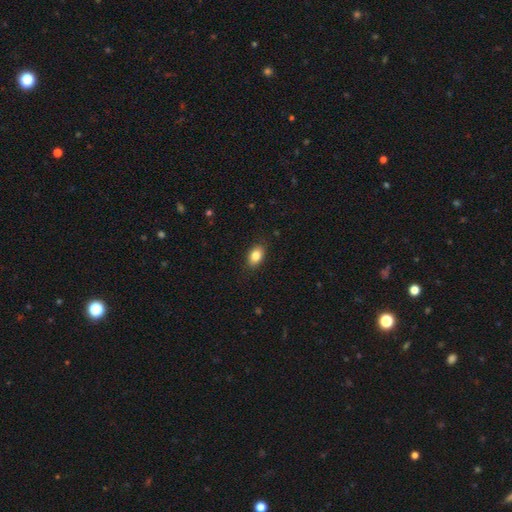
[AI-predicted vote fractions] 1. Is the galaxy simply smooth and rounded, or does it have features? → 83% smooth, 9% featured or disk, 8% star or artifact.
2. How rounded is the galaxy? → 85% in between, 14% round, 2% cigar-shaped.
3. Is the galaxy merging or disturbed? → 87% none, 10% minor disturbance, 2% major disturbance, 1% merger.